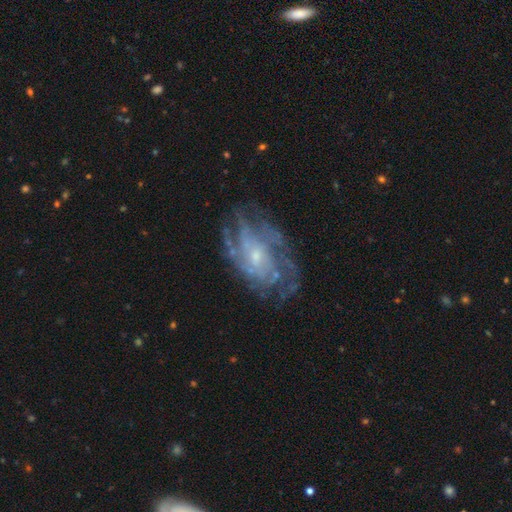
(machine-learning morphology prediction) featured or disk 83%, smooth 9%, star or artifact 8%. Down the decision tree: edge-on disk — no (96%); bar — no (69%); spiral arms — yes (88%); spiral arm count — can't tell (42%); spiral winding — tight (51%); bulge size — small (65%); merging — none (68%).